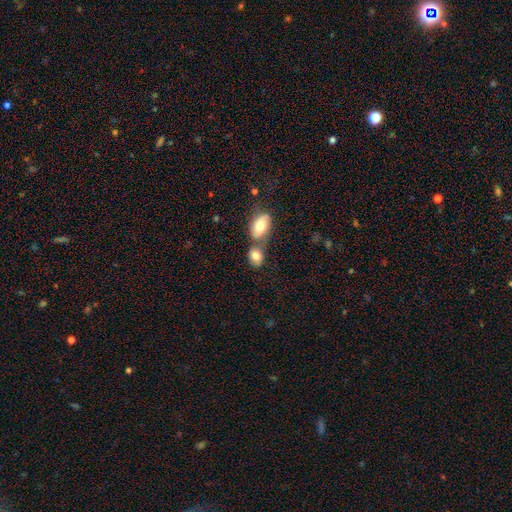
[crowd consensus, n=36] Smooth or featured? 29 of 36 (81%) said smooth. How rounded? 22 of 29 (76%) said in between. Merging? 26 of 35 (74%) said merger.